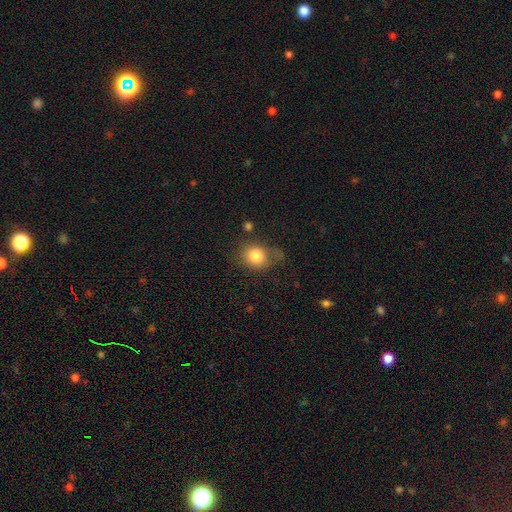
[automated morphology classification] Overall: smooth (81%). How rounded: round (63%; in between 36%). Merging: none (54%; minor disturbance 27%).